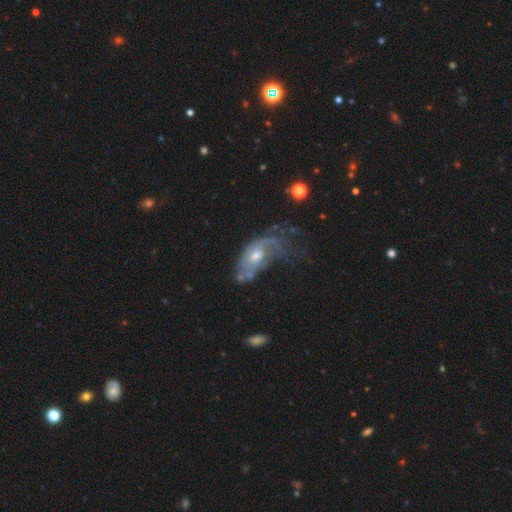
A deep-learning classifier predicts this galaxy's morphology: Smooth or featured: featured or disk — 66% (smooth — 25%)
Edge-on disk: no — 90% (yes — 10%)
Bar: no — 71% (weak — 25%)
Spiral arms: yes — 62% (no — 38%)
Bulge size: moderate — 63% (small — 27%)
Merging: major disturbance — 42% (none — 27%)